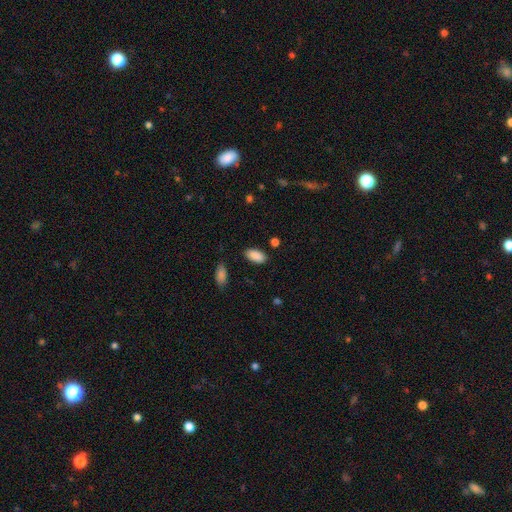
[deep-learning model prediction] This appears to be a smooth galaxy with no disk features (90%) that is in between round and cigar-shaped (93%). Merging: none (86%).